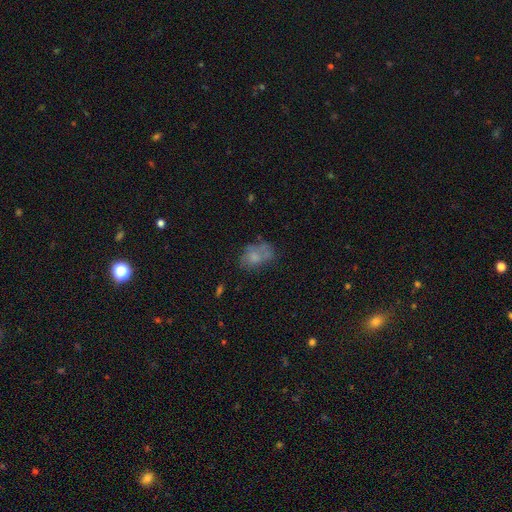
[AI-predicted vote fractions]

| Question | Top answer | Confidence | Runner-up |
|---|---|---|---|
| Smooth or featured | smooth | 60% | featured or disk (28%) |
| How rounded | in between | 79% | round (20%) |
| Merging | none | 41% | minor disturbance (26%) |